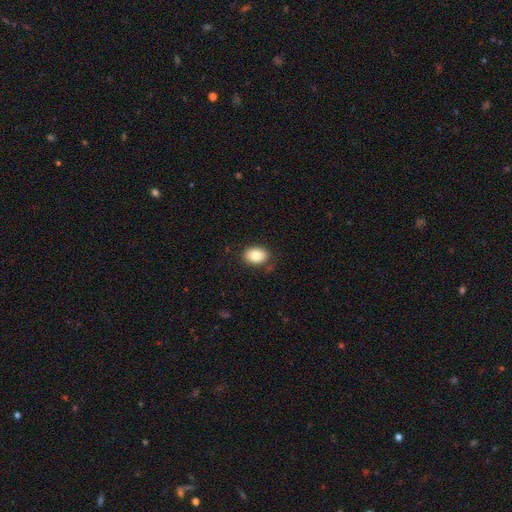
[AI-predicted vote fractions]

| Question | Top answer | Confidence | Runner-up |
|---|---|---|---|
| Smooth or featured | smooth | 81% | featured or disk (11%) |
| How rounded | in between | 74% | round (25%) |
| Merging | none | 83% | minor disturbance (12%) |